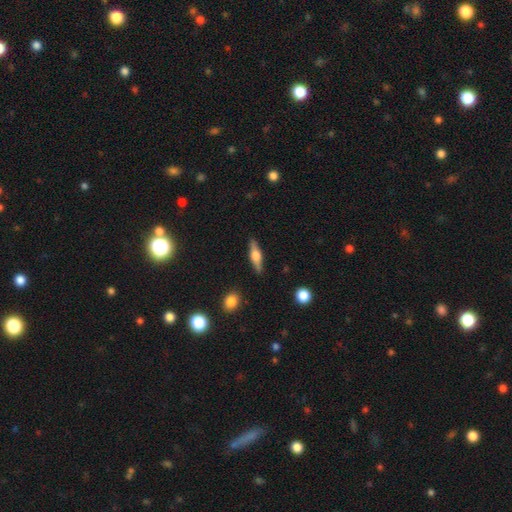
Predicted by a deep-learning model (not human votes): featured or disk 58%, smooth 36%, star or artifact 7%. Down the decision tree: edge-on disk — yes (95%); edge-on bulge — rounded (88%); merging — none (88%).